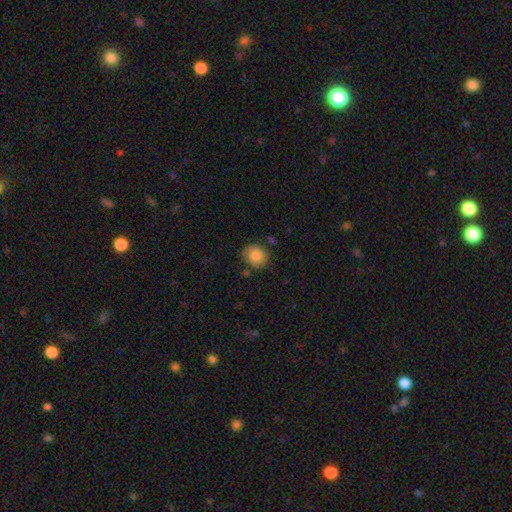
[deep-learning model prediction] smooth-or-featured: smooth: 82% | featured or disk: 10% | star or artifact: 8%
  how-rounded: round: 71% | in between: 28% | cigar-shaped: 1%
  merging: none: 74% | minor disturbance: 18% | major disturbance: 4% | merger: 4%